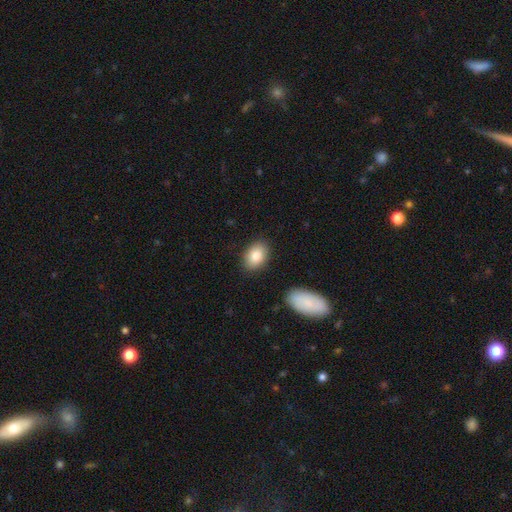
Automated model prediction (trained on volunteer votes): Smooth or featured? Predicted: smooth (p=0.84). How rounded? Predicted: in between (p=0.83). Merging? Predicted: none (p=0.86).